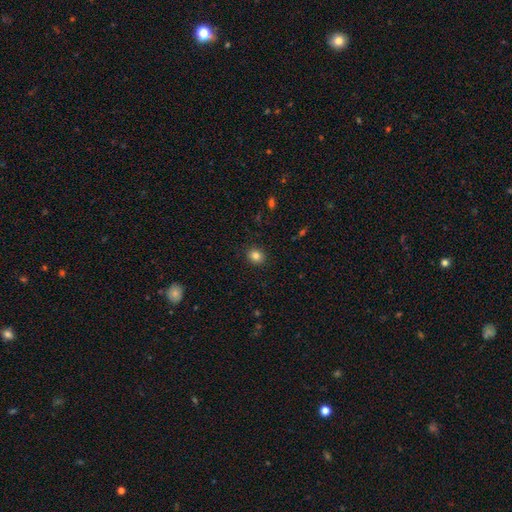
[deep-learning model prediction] Q: Smooth or featured?
A: smooth (83%); runner-up: star or artifact (11%)
Q: How rounded?
A: round (75%); runner-up: in between (24%)
Q: Merging?
A: none (90%); runner-up: minor disturbance (7%)